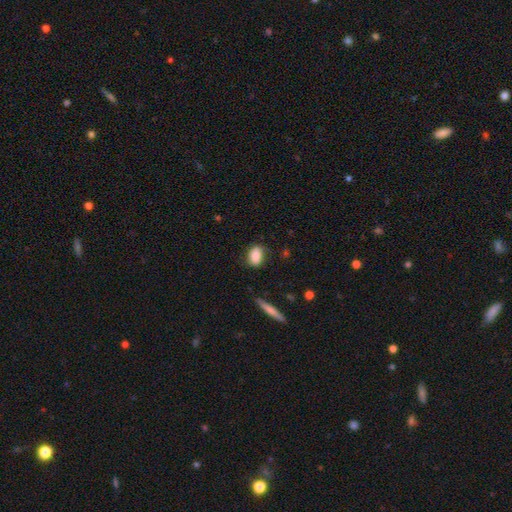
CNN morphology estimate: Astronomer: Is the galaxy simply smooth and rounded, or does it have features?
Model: smooth — 85%.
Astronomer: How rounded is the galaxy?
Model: in between — 81%.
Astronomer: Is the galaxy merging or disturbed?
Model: none — 78%.